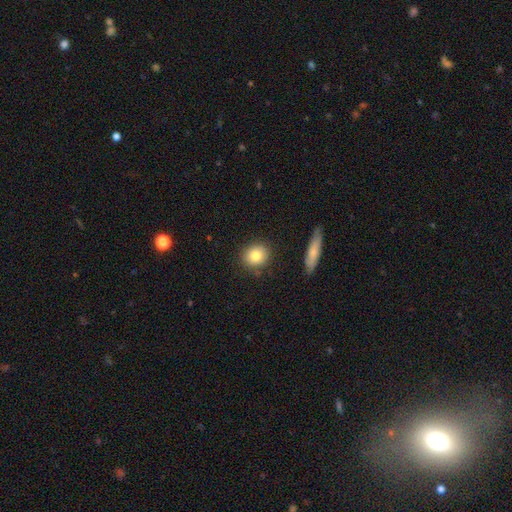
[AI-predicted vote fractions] The model was most divided on "how rounded": round: 81%, in between: 17%, cigar-shaped: 2%. More confident: merging — none (86%); smooth or featured — smooth (82%).